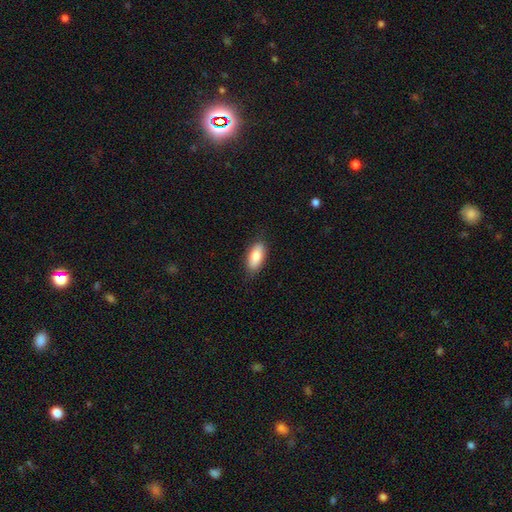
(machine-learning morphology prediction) This appears to be a smooth galaxy with no disk features (79%) that is in between round and cigar-shaped (88%). Merging: none (84%).